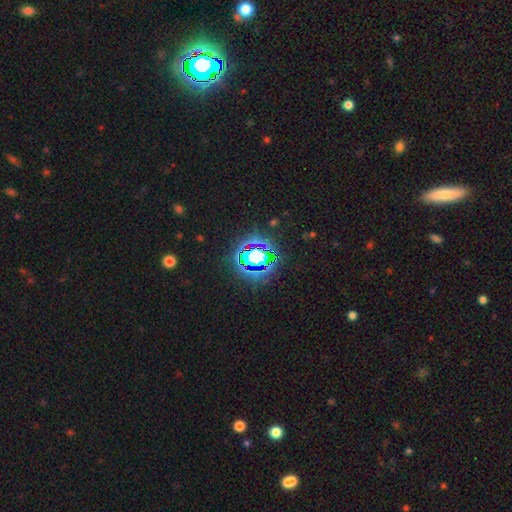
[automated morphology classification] Overall: star or artifact (70%).